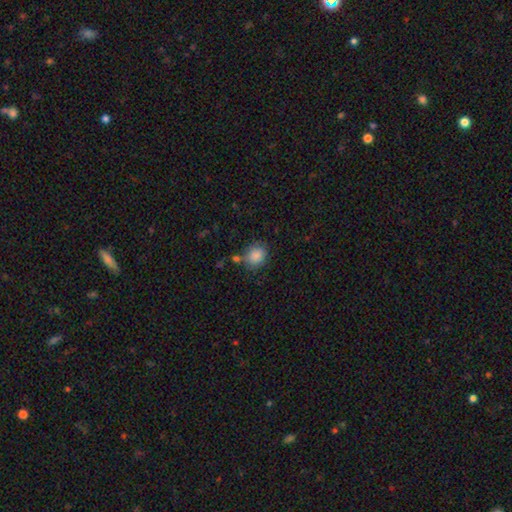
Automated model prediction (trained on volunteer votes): smooth 86%, star or artifact 9%, featured or disk 5%. Down the decision tree: how rounded — round (67%); merging — none (73%).